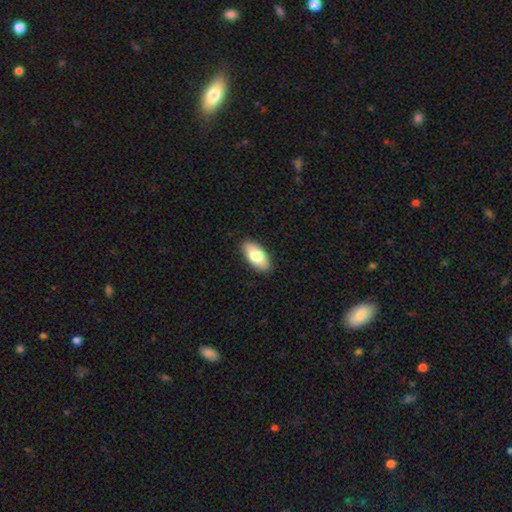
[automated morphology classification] Smooth or featured? smooth (79%)
How rounded? in between (92%)
Merging? none (90%)